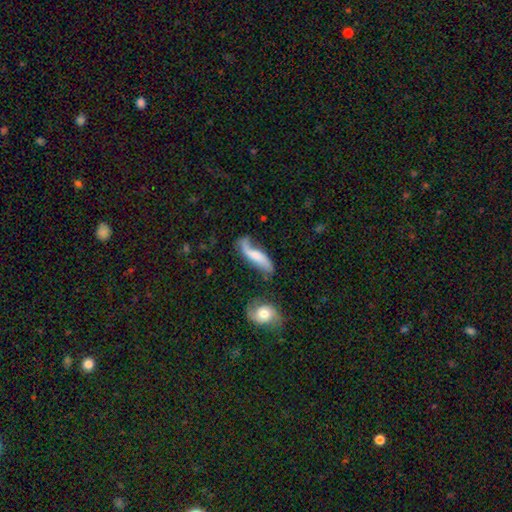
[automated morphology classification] A featured or disk galaxy (59%). Merging: none (48%).